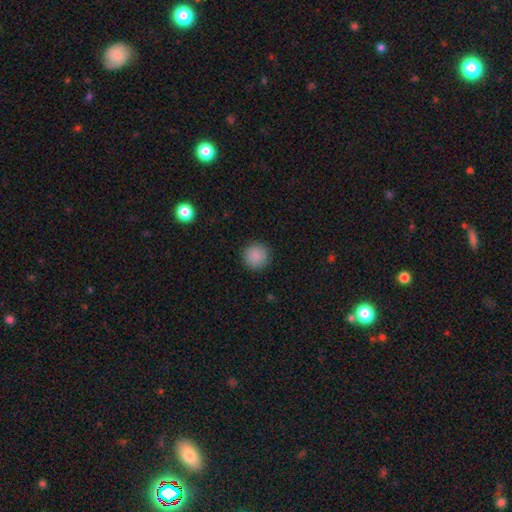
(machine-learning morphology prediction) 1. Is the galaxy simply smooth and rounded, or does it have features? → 88% smooth, 9% star or artifact, 3% featured or disk.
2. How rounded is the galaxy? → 95% round, 4% in between, 1% cigar-shaped.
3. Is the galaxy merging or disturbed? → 91% none, 6% minor disturbance, 2% major disturbance, 1% merger.